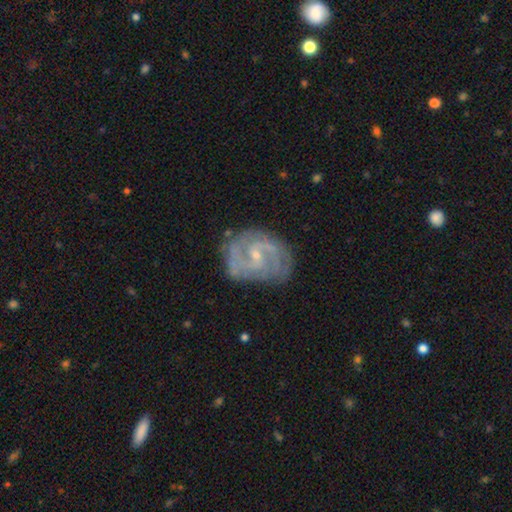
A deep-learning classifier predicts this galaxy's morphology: Overall: featured or disk (87%). Edge-on disk: no (98%). Bar: weak (54%; no 32%). Spiral arms: yes (96%). Spiral arm count: 2 (71%). Spiral winding: medium (49%; tight 37%). Bulge size: small (70%). Merging: none (70%).